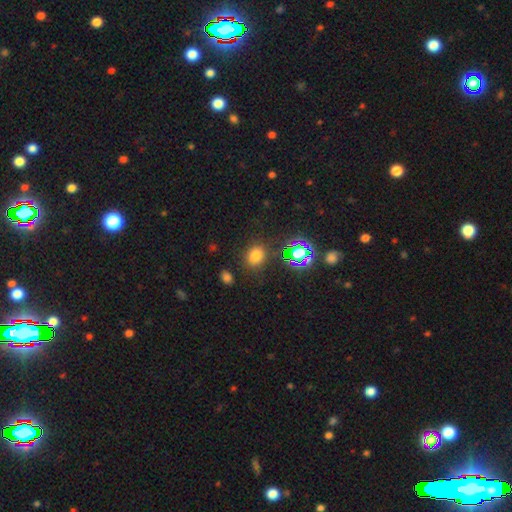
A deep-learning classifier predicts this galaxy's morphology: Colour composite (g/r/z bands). It shows a smooth galaxy with no disk features (70%) that is round (59%). Merging: none (83%).